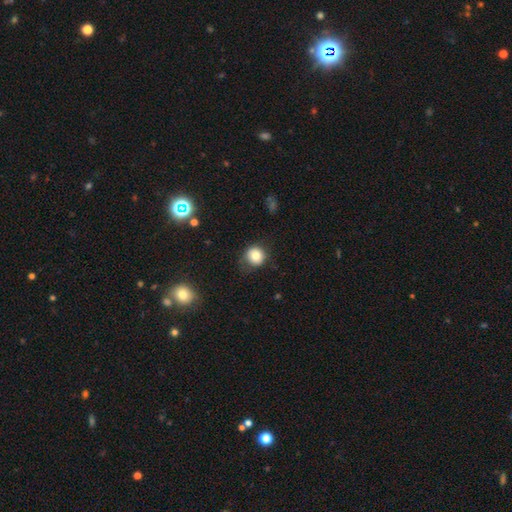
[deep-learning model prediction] The model was most divided on "merging": none: 73%, minor disturbance: 19%, major disturbance: 6%, merger: 2%. More confident: how rounded — round (88%); smooth or featured — smooth (79%).